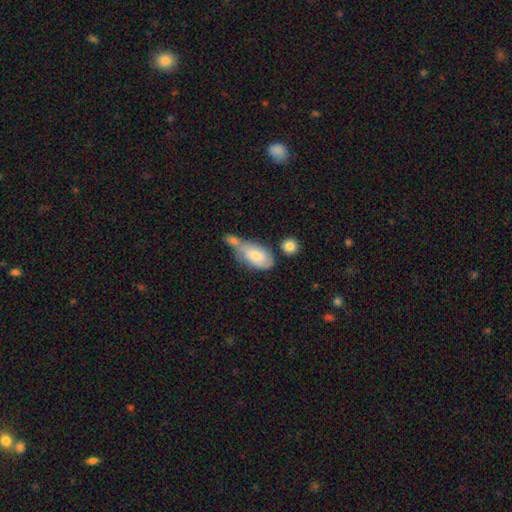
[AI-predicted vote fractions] This is likely a smooth galaxy (63%). How rounded: clearly in between (88%). Merging: marginally merger (40%).